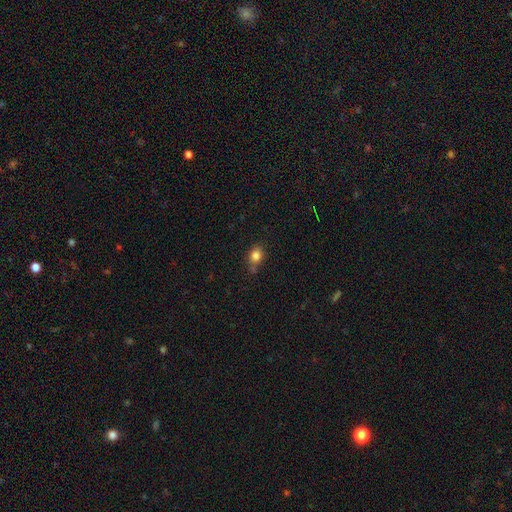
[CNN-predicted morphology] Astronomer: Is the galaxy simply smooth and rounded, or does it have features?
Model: smooth — 83%.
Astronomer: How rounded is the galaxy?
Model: round — 53% (runner-up: in between, 46%).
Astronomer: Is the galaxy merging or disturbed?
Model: none — 66%.